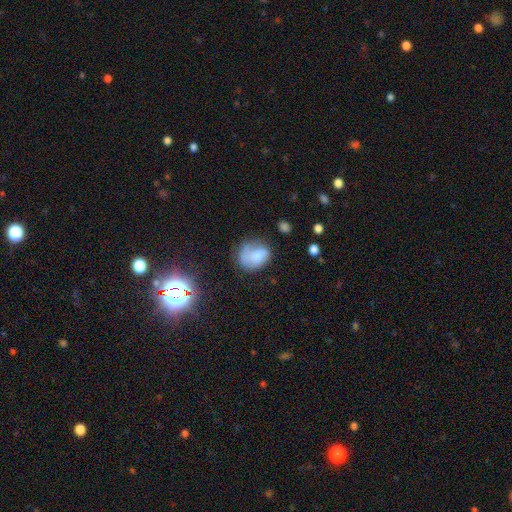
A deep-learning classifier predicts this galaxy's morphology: Q: Smooth or featured?
A: smooth (61%); runner-up: featured or disk (29%)
Q: How rounded?
A: in between (54%); runner-up: round (45%)
Q: Merging?
A: none (43%); runner-up: minor disturbance (30%)